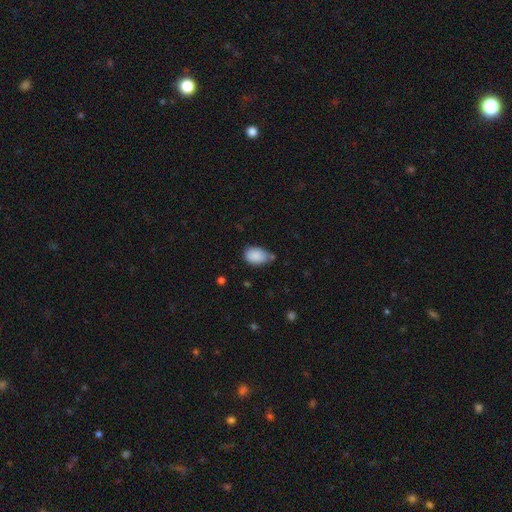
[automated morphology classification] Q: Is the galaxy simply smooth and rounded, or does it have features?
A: smooth — 87%.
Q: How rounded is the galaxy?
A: in between — 85%.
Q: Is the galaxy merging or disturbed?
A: none — 54%.